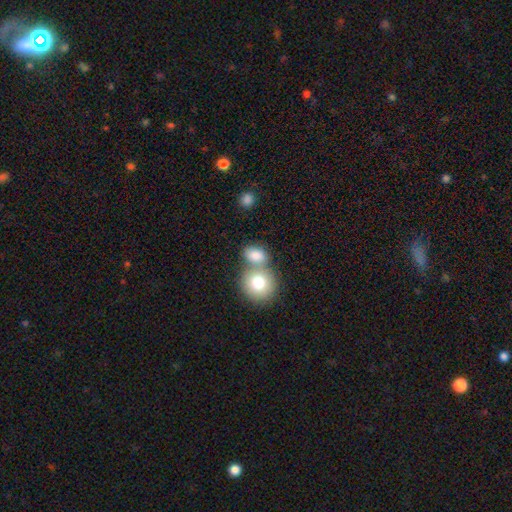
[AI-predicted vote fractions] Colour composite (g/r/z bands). It shows a smooth galaxy with no disk features (81%) that is in between round and cigar-shaped (53%). Merging: merger (49%).